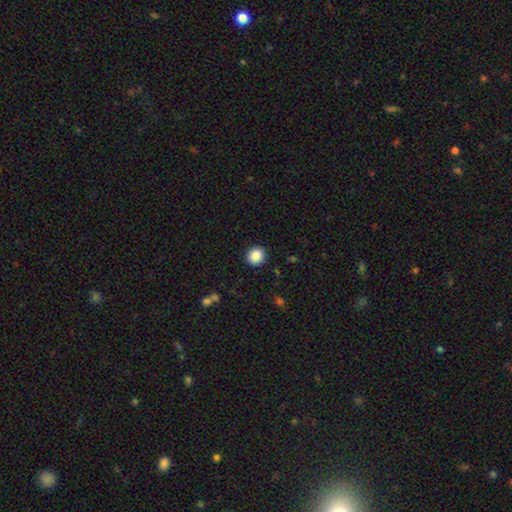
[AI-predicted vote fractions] smooth_or_featured: smooth (p=0.88) [alt: star or artifact p=0.09]
how_rounded: round (p=0.87) [alt: in between p=0.12]
merging: none (p=0.91) [alt: minor disturbance p=0.06]